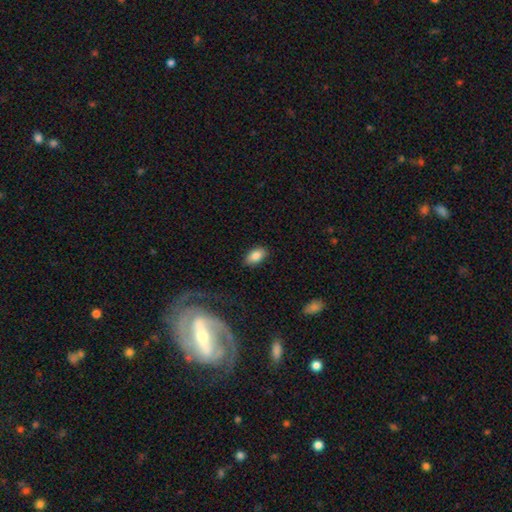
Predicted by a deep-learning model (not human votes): smooth-or-featured: smooth: 85% | star or artifact: 8% | featured or disk: 8%
  how-rounded: in between: 92% | round: 5% | cigar-shaped: 3%
  merging: none: 85% | minor disturbance: 11% | major disturbance: 3% | merger: 1%